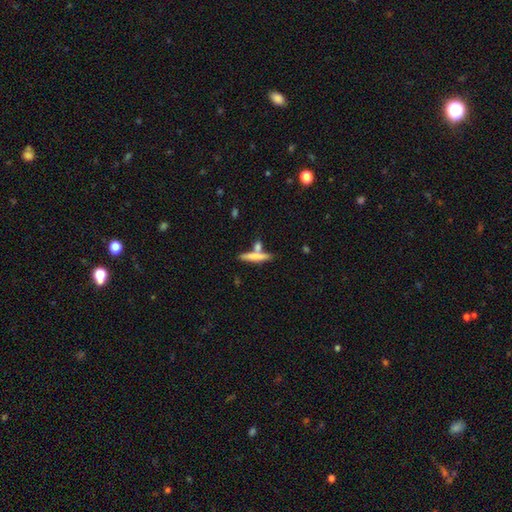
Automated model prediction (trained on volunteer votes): Smooth or featured? Predicted: smooth (p=0.67). How rounded? Predicted: cigar-shaped (p=0.87). Merging? Predicted: none (p=0.61).